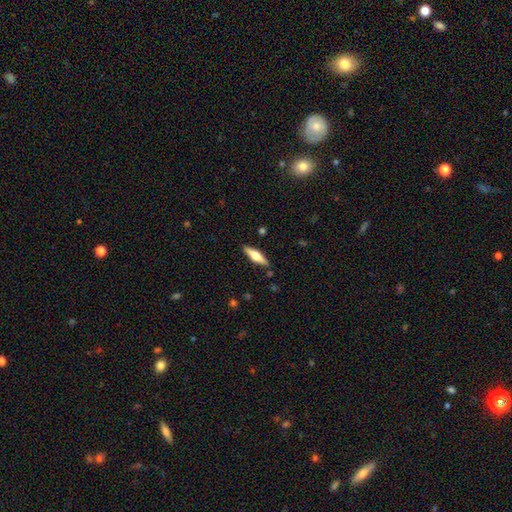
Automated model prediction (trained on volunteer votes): This appears to be a featured or disk galaxy (53%) viewed edge-on (94%). Merging: none (88%).